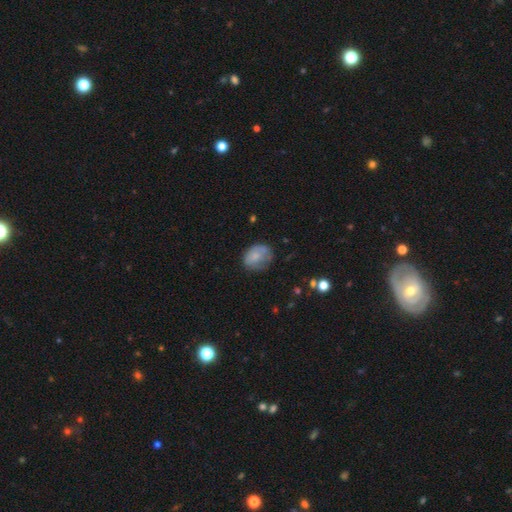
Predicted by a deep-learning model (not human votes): smooth_or_featured: smooth (p=0.71) [alt: featured or disk p=0.21]
how_rounded: in between (p=0.55) [alt: round p=0.44]
merging: none (p=0.55) [alt: minor disturbance p=0.30]